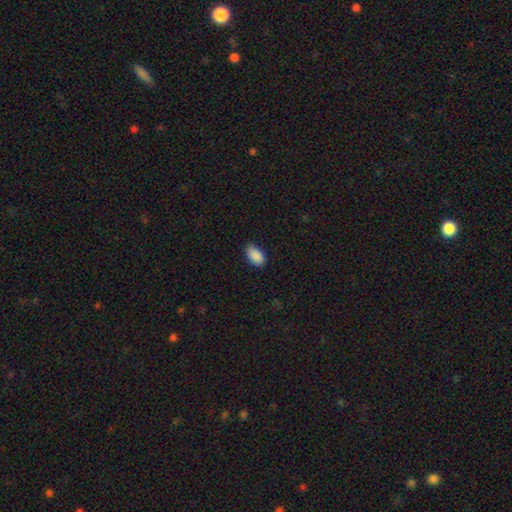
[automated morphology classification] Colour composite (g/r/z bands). It shows a smooth galaxy with no disk features (90%) that is in between round and cigar-shaped (94%). Merging: none (79%).